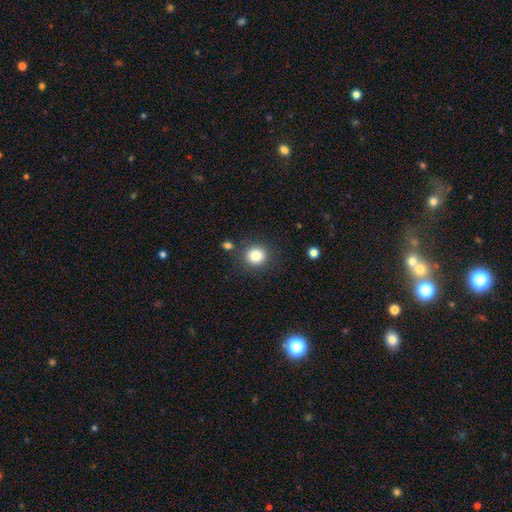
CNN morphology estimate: Q: Smooth or featured?
A: smooth (84%); runner-up: star or artifact (10%)
Q: How rounded?
A: round (88%); runner-up: in between (11%)
Q: Merging?
A: none (85%); runner-up: minor disturbance (8%)